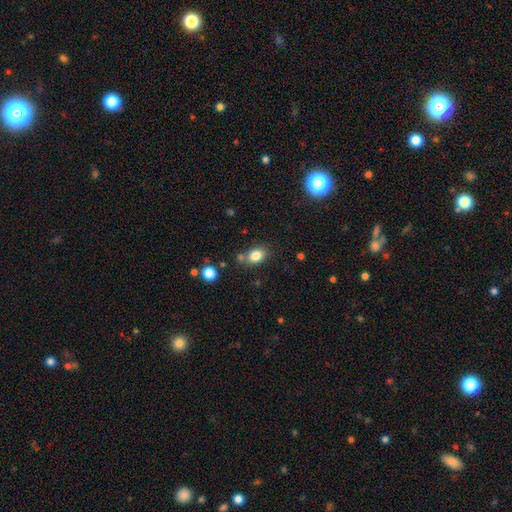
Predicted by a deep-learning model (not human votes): Smooth or featured: smooth — 82% (star or artifact — 11%)
How rounded: in between — 67% (round — 32%)
Merging: none — 70% (minor disturbance — 14%)